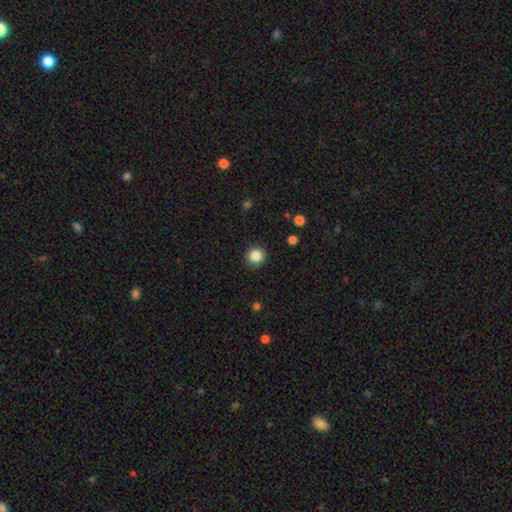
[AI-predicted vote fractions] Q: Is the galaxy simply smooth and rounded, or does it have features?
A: smooth — 85%.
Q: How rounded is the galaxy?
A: round — 93%.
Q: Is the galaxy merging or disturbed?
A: none — 91%.